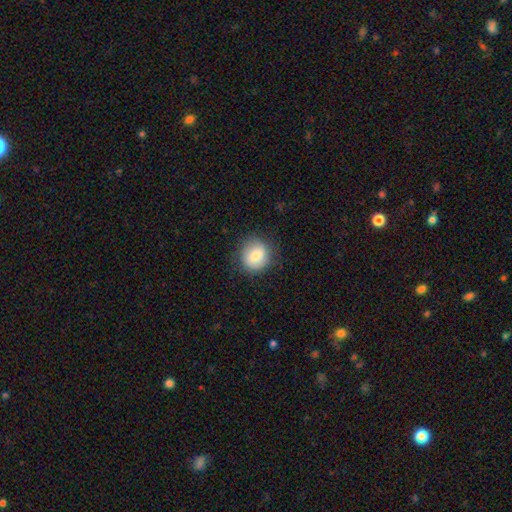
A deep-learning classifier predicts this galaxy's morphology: type=smooth (82%); roundness=round (82%); merging=none (81%).